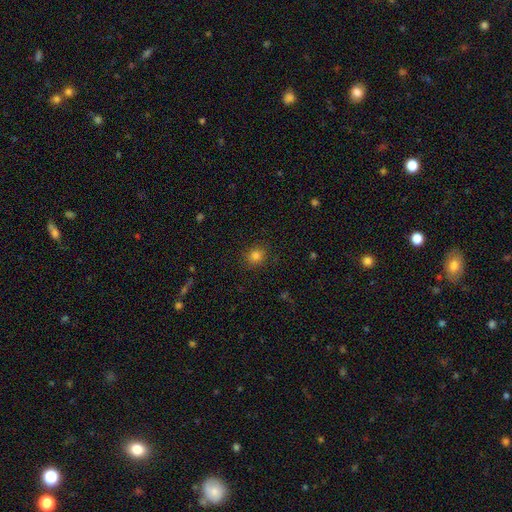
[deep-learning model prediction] smooth_or_featured: smooth (p=0.82) [alt: star or artifact p=0.13]
how_rounded: round (p=0.79) [alt: in between p=0.20]
merging: none (p=0.88) [alt: minor disturbance p=0.08]